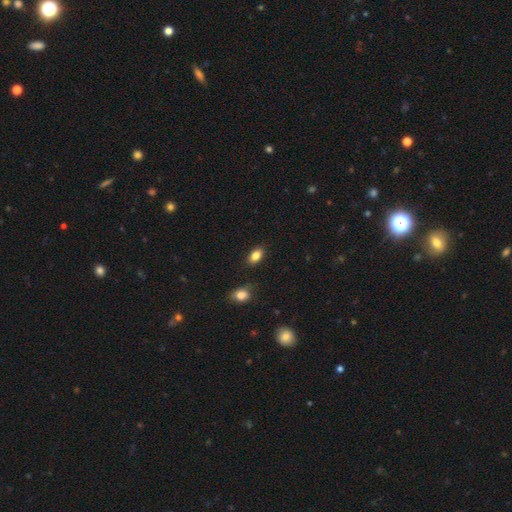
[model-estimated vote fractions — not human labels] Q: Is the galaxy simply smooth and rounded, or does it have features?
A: smooth — 84%.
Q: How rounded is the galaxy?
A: in between — 89%.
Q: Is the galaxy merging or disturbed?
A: none — 84%.